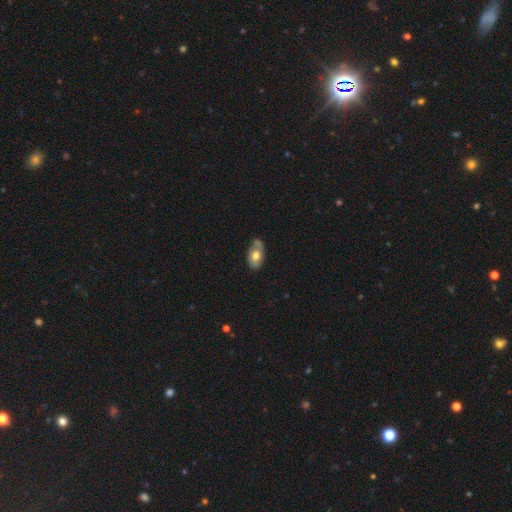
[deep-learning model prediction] Smooth or featured? Predicted: smooth (p=0.61). How rounded? Predicted: in between (p=0.89). Merging? Predicted: none (p=0.56).